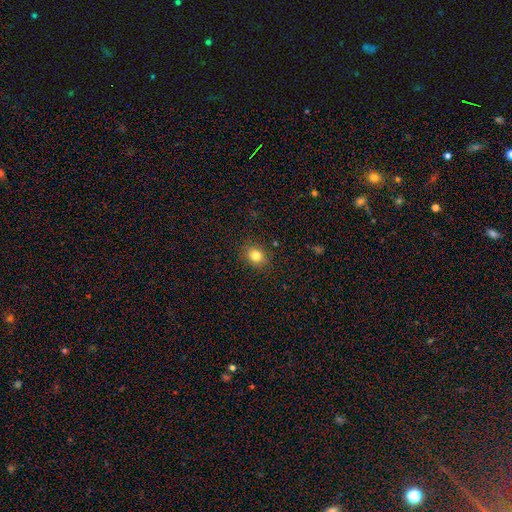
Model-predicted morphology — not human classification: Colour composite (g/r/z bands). It shows a smooth galaxy with no disk features (81%) that is round (54%). Merging: none (87%).